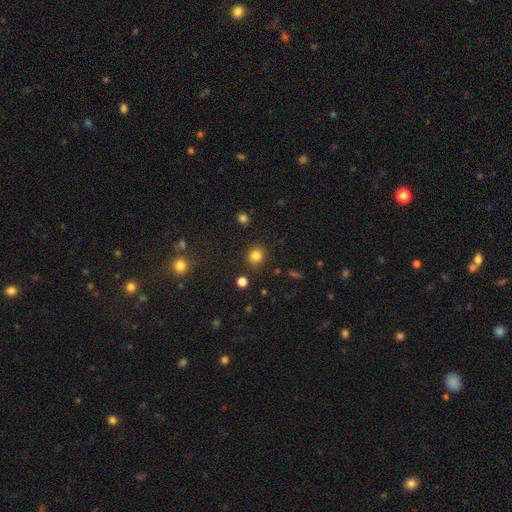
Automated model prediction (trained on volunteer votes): This is clearly a smooth galaxy (82%). How rounded: likely round (77%). Merging: clearly none (87%).